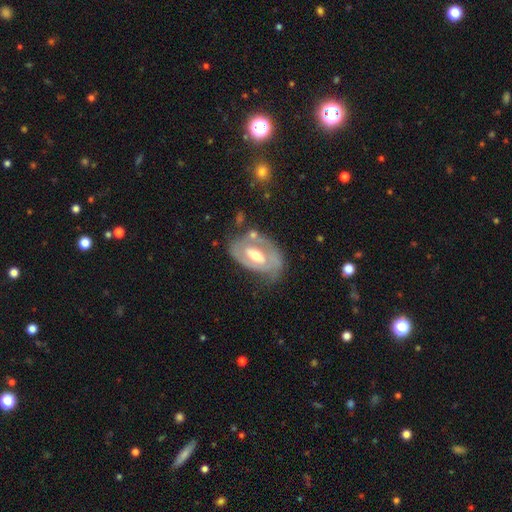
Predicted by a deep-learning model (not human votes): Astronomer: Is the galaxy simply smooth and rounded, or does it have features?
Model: featured or disk — 76%.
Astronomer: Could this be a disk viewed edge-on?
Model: no — 94%.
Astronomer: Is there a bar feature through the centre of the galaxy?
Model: weak — 41% (runner-up: no, 34%).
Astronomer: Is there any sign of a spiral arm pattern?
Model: yes — 66%.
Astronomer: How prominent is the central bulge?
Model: moderate — 72%.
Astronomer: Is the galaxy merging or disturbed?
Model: none — 57%.